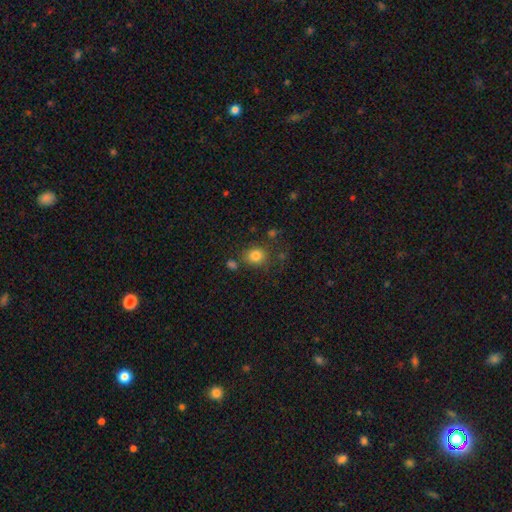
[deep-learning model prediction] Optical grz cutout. It shows a smooth galaxy with no disk features (81%) that is round (77%). Merging: none (75%).